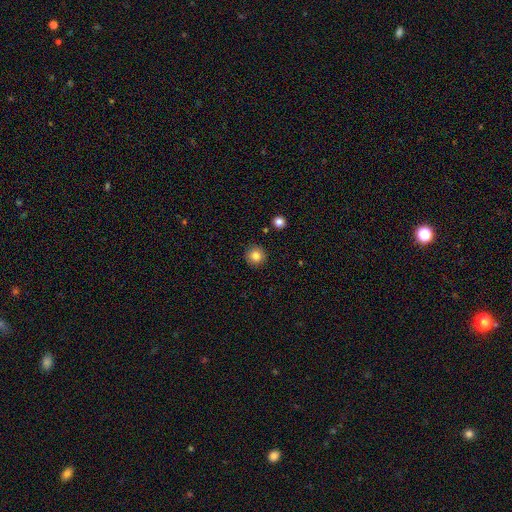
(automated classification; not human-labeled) Smooth or featured?
  - smooth: 84% *
  - star or artifact: 10%
  - featured or disk: 6%
How rounded?
  - round: 95% *
  - in between: 5%
  - cigar-shaped: 1%
Merging?
  - none: 91% *
  - minor disturbance: 6%
  - major disturbance: 2%
  - merger: 2%